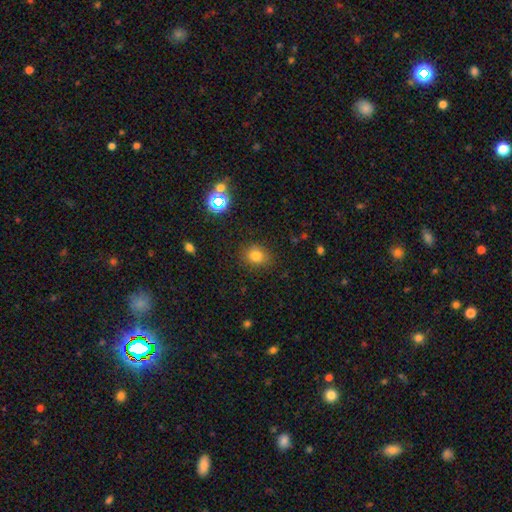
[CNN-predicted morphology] Smooth or featured: smooth — 79% (star or artifact — 14%)
How rounded: round — 60% (in between — 39%)
Merging: none — 83% (minor disturbance — 12%)